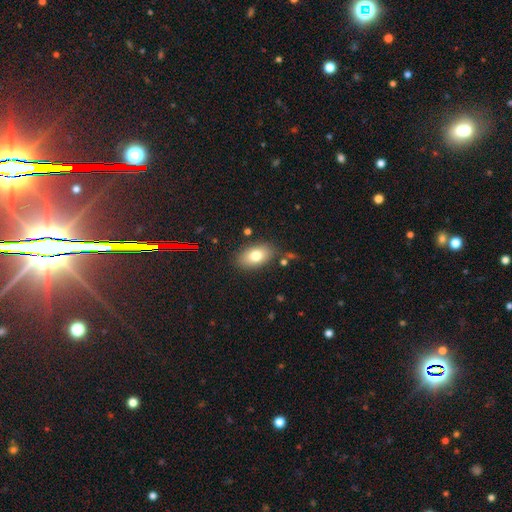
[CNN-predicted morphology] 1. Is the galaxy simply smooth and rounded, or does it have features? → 78% smooth, 13% featured or disk, 9% star or artifact.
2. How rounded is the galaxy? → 90% in between, 8% round, 2% cigar-shaped.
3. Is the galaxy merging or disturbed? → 83% none, 11% minor disturbance, 3% major disturbance, 3% merger.